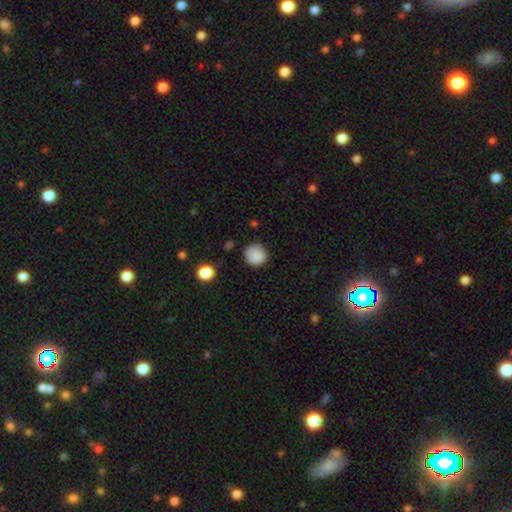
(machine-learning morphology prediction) Smooth or featured?
  - smooth: 87% *
  - star or artifact: 9%
  - featured or disk: 4%
How rounded?
  - round: 92% *
  - in between: 7%
  - cigar-shaped: 1%
Merging?
  - none: 82% *
  - minor disturbance: 13%
  - major disturbance: 3%
  - merger: 2%